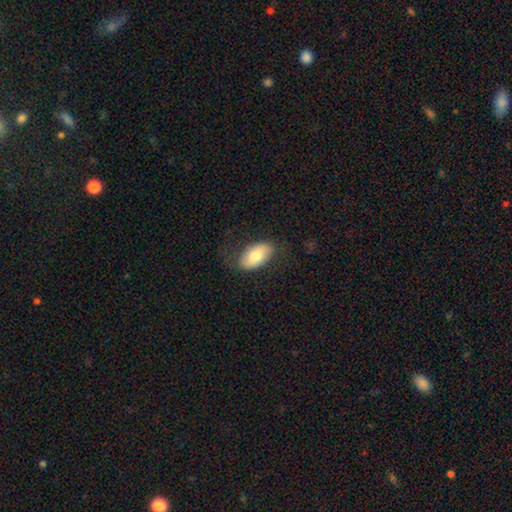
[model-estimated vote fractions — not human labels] Smooth or featured?
  - smooth: 72% *
  - featured or disk: 22%
  - star or artifact: 6%
How rounded?
  - in between: 94% *
  - round: 4%
  - cigar-shaped: 2%
Merging?
  - none: 70% *
  - minor disturbance: 20%
  - major disturbance: 9%
  - merger: 1%